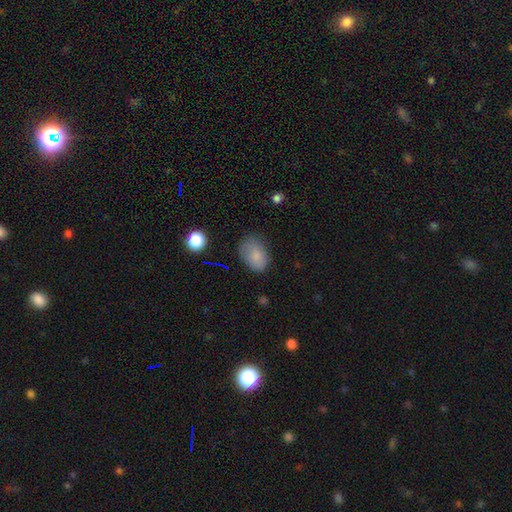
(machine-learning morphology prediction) A smooth galaxy with no disk features (82%) that is in between round and cigar-shaped (83%). Merging: none (65%).